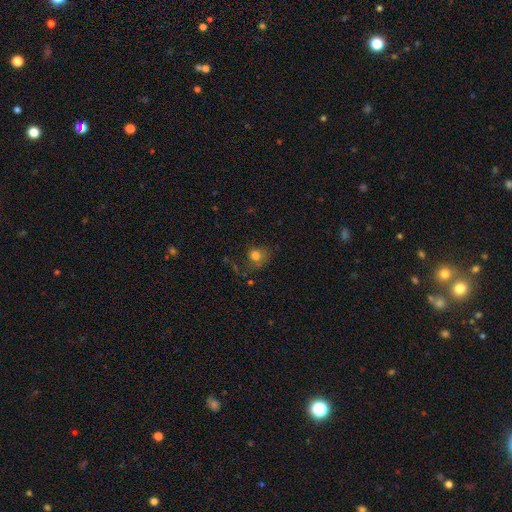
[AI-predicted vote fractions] Q: Smooth or featured?
A: smooth (72%); runner-up: star or artifact (16%)
Q: How rounded?
A: round (76%); runner-up: in between (23%)
Q: Merging?
A: none (49%); runner-up: major disturbance (24%)